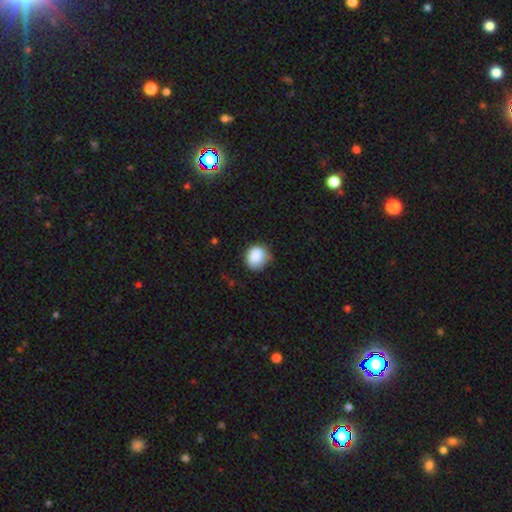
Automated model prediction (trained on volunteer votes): smooth_or_featured: smooth (p=0.85) [alt: star or artifact p=0.08]
how_rounded: round (p=0.76) [alt: in between p=0.23]
merging: none (p=0.64) [alt: minor disturbance p=0.28]